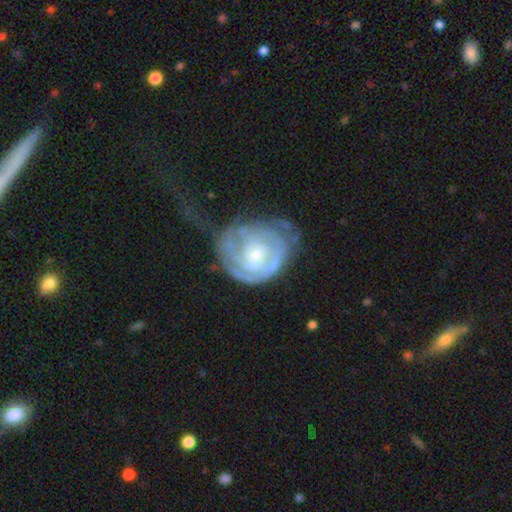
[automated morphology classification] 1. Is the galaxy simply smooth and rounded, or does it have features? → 79% featured or disk, 16% smooth, 6% star or artifact.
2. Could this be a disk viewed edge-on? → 97% no, 3% yes.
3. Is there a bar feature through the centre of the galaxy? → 56% no, 37% weak, 7% strong.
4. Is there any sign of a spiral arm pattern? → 87% yes, 13% no.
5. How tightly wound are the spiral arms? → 69% tight, 23% medium, 8% loose.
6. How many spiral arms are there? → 44% can't tell, 27% 2, 11% 1, 10% 3, 5% 4, 4% more than 4.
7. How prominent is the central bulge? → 47% moderate, 42% small, 6% large, 4% none, 1% dominant.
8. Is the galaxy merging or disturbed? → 41% none, 29% major disturbance, 27% minor disturbance, 3% merger.